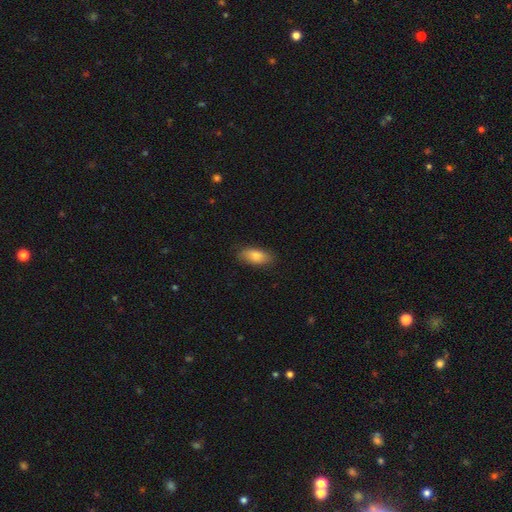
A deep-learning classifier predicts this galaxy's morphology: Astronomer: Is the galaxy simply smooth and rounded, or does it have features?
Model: smooth — 80%.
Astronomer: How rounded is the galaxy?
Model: in between — 83%.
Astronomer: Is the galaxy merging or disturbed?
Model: none — 84%.